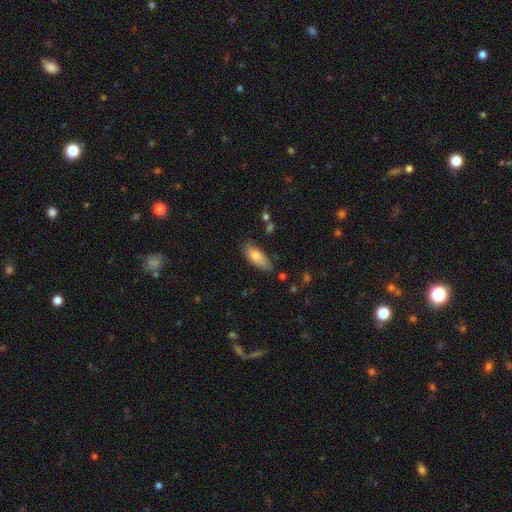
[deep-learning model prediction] smooth-or-featured: smooth: 79% | featured or disk: 14% | star or artifact: 7%
  how-rounded: in between: 81% | cigar-shaped: 17% | round: 2%
  merging: none: 69% | minor disturbance: 24% | major disturbance: 4% | merger: 3%